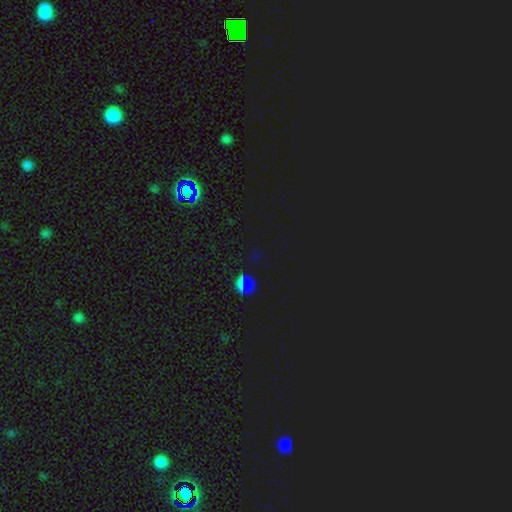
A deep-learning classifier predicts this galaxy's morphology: This appears to be a star or artifact, not a galaxy (73%).